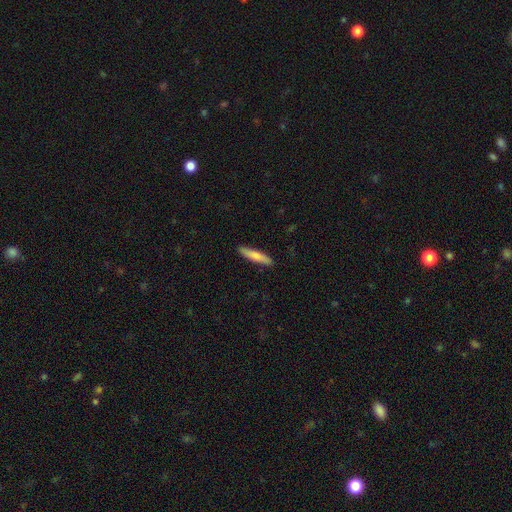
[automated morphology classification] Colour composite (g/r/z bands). It shows a smooth galaxy with no disk features (76%) that is cigar-shaped (89%). Merging: none (89%).